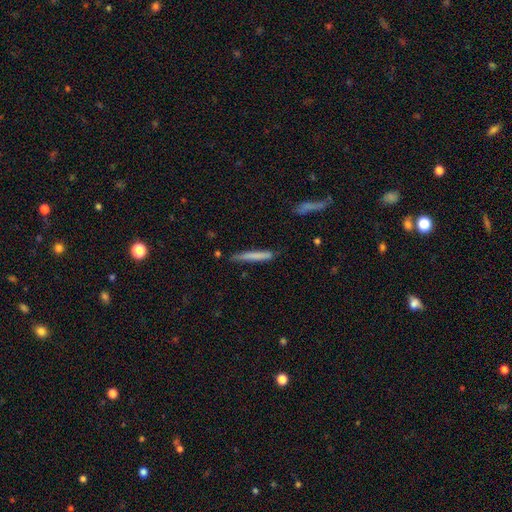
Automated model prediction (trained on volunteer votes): A smooth galaxy with no disk features (73%) that is cigar-shaped (96%). Merging: none (80%).